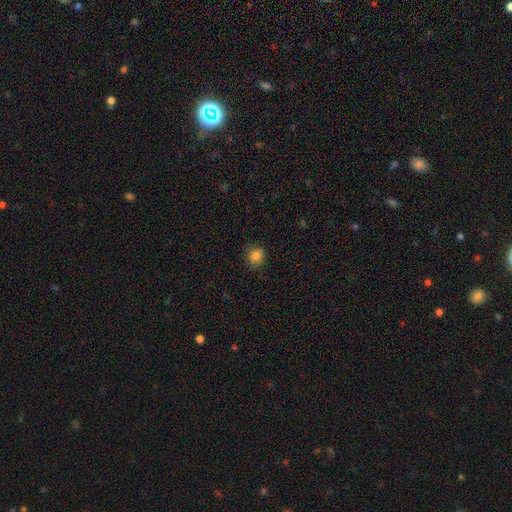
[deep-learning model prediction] Q: Smooth or featured?
A: smooth (83%); runner-up: star or artifact (11%)
Q: How rounded?
A: round (61%); runner-up: in between (38%)
Q: Merging?
A: none (81%); runner-up: minor disturbance (15%)